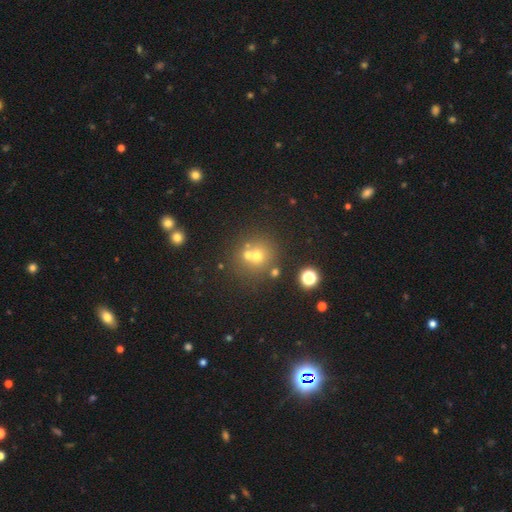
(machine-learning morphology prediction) Smooth or featured? Predicted: smooth (p=0.59). How rounded? Predicted: round (p=0.88). Merging? Predicted: none (p=0.56).